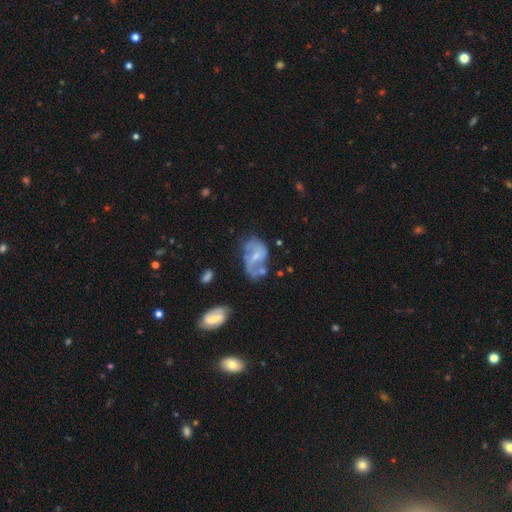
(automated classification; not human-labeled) A featured or disk galaxy (64%) with a weak bar (44%, tied with no), spiral arms (61%) and a small central bulge (51%).

Vote fractions:
- Smooth or featured? featured or disk: 64% / smooth: 28% / star or artifact: 8%
- Edge-on disk? no: 97% / yes: 3%
- Bar? weak: 44% (tied) / no: 44% (tied) / strong: 12%
- Spiral arms? yes: 61% / no: 39%
- Bulge size? small: 51% / moderate: 32% / none: 14% / large: 2% / dominant: 1%
- Merging? none: 32% / minor disturbance: 27% / major disturbance: 27% / merger: 14%